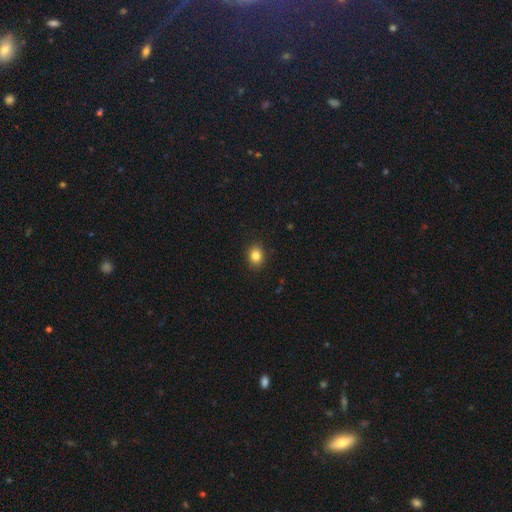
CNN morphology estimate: smooth-or-featured: smooth: 84% | star or artifact: 11% | featured or disk: 5%
  how-rounded: round: 60% | in between: 39% | cigar-shaped: 1%
  merging: none: 90% | minor disturbance: 7% | major disturbance: 2% | merger: 1%